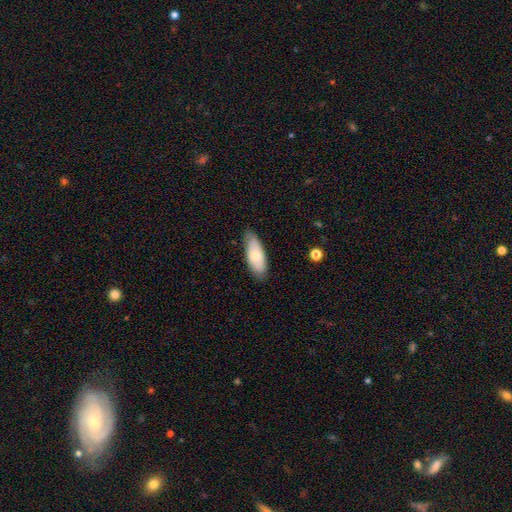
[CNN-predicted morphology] The model was most divided on "smooth or featured": smooth: 72%, featured or disk: 23%, star or artifact: 6%. More confident: merging — none (77%); how rounded — in between (77%).